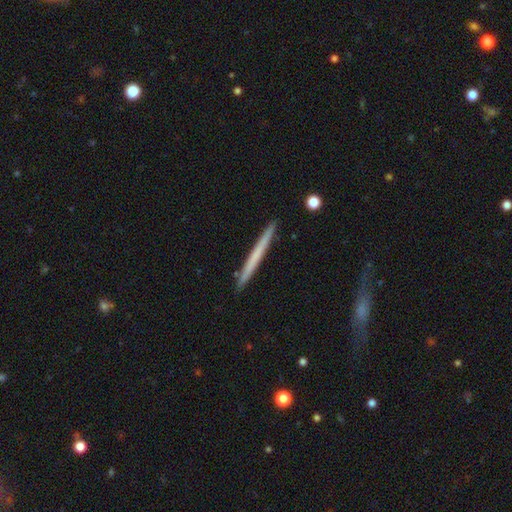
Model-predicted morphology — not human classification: Smooth or featured? smooth (54%)
How rounded? cigar-shaped (97%)
Merging? none (91%)